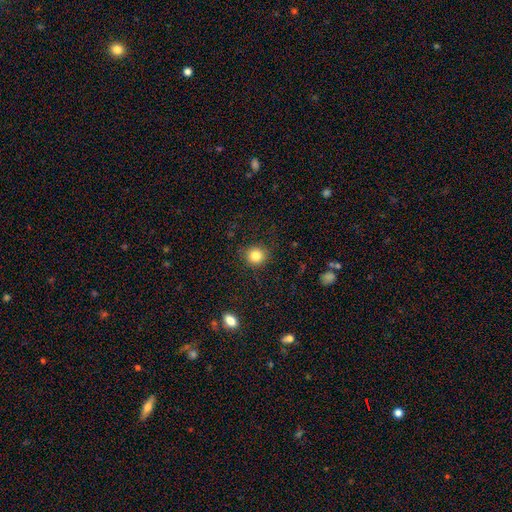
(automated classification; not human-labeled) A smooth galaxy with no disk features (84%) that is round (88%).

Vote fractions:
- Smooth or featured? smooth: 84% / star or artifact: 11% / featured or disk: 6%
- How rounded? round: 88% / in between: 11% / cigar-shaped: 1%
- Merging? none: 87% / minor disturbance: 9% / major disturbance: 3% / merger: 1%